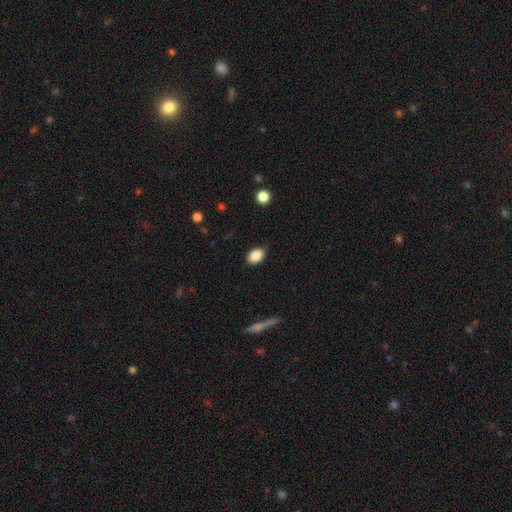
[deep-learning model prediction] Smooth or featured? Predicted: smooth (p=0.87). How rounded? Predicted: in between (p=0.77). Merging? Predicted: none (p=0.83).